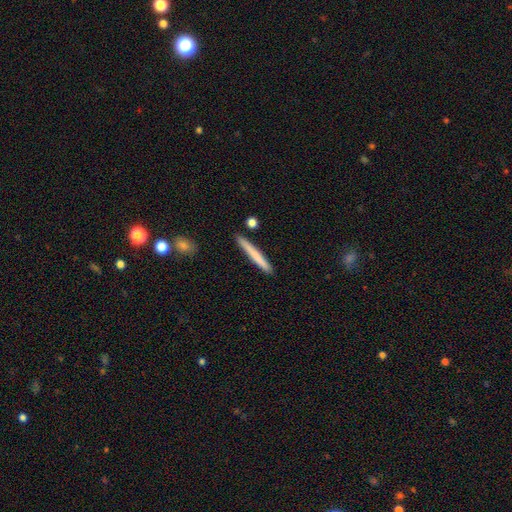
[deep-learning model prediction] Smooth or featured?
  - smooth: 70% *
  - featured or disk: 25%
  - star or artifact: 6%
How rounded?
  - cigar-shaped: 97% *
  - in between: 2%
  - round: 1%
Merging?
  - none: 89% *
  - minor disturbance: 7%
  - merger: 2%
  - major disturbance: 2%